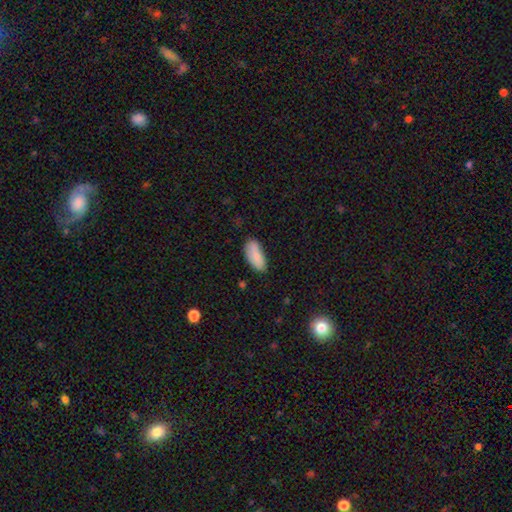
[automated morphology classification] Smooth or featured?
  - smooth: 86% *
  - featured or disk: 8%
  - star or artifact: 7%
How rounded?
  - in between: 83% *
  - cigar-shaped: 15%
  - round: 2%
Merging?
  - none: 71% *
  - minor disturbance: 22%
  - major disturbance: 4%
  - merger: 3%